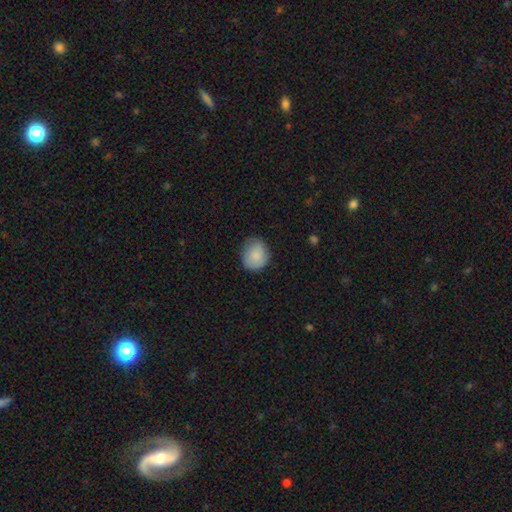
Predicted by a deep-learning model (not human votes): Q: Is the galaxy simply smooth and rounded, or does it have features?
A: smooth — 87%.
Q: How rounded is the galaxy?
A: round — 70%.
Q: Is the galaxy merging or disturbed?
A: none — 76%.